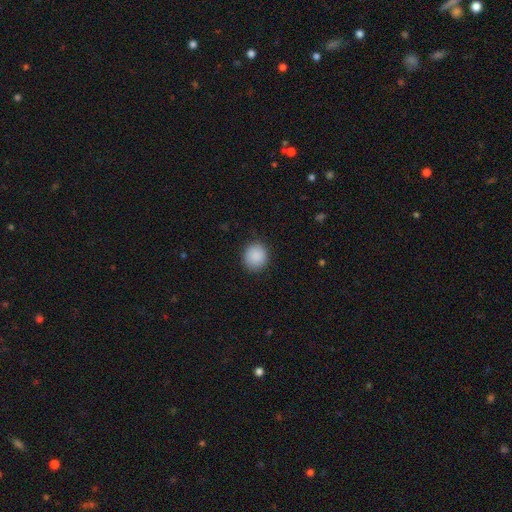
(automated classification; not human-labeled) Smooth or featured? smooth (89%)
How rounded? round (87%)
Merging? none (89%)